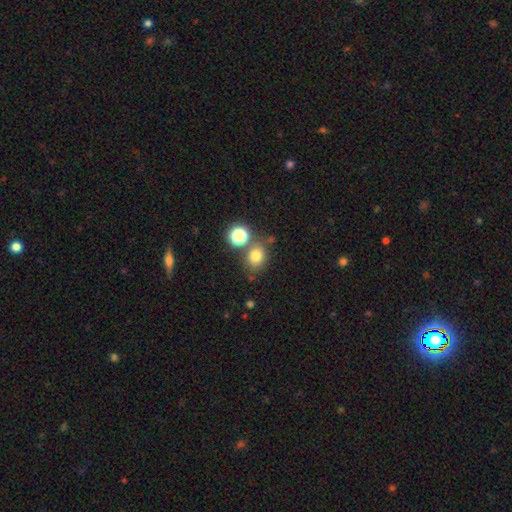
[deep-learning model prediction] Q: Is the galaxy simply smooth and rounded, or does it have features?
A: smooth — 76%.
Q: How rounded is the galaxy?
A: round — 65%.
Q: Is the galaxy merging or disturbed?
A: none — 70%.